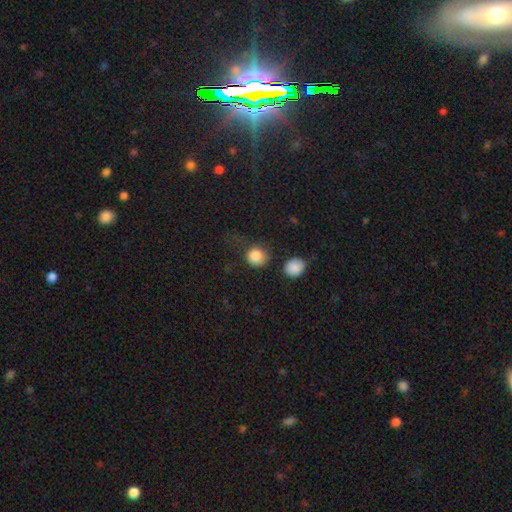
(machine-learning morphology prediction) Smooth or featured? Predicted: smooth (p=0.85). How rounded? Predicted: round (p=0.87). Merging? Predicted: none (p=0.61).